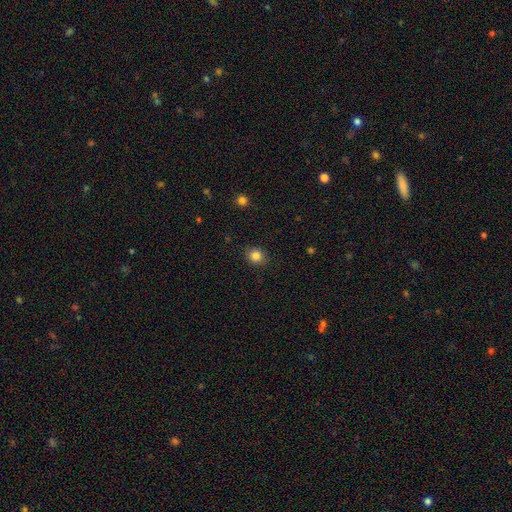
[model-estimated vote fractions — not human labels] Smooth or featured: smooth — 84% (star or artifact — 11%)
How rounded: round — 72% (in between — 27%)
Merging: none — 89% (minor disturbance — 8%)